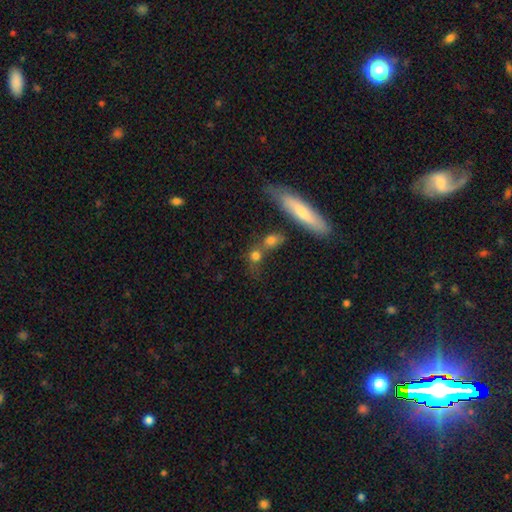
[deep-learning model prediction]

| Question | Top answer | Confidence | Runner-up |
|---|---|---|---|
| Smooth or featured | smooth | 74% | star or artifact (13%) |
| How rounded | round | 63% | in between (25%) |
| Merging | none | 48% | merger (35%) |